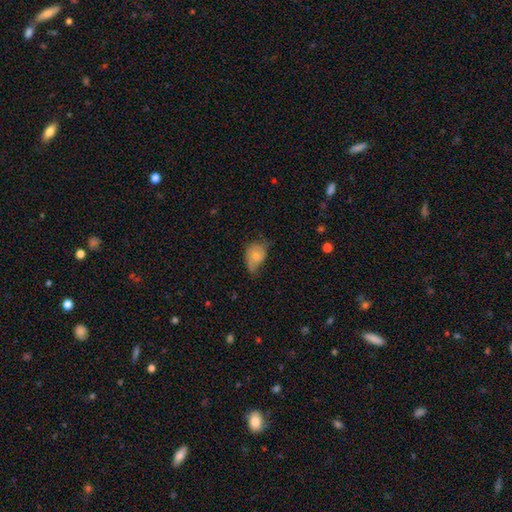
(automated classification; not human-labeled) Smooth or featured: smooth — 60% (featured or disk — 33%)
How rounded: in between — 76% (round — 22%)
Merging: minor disturbance — 43% (none — 36%)